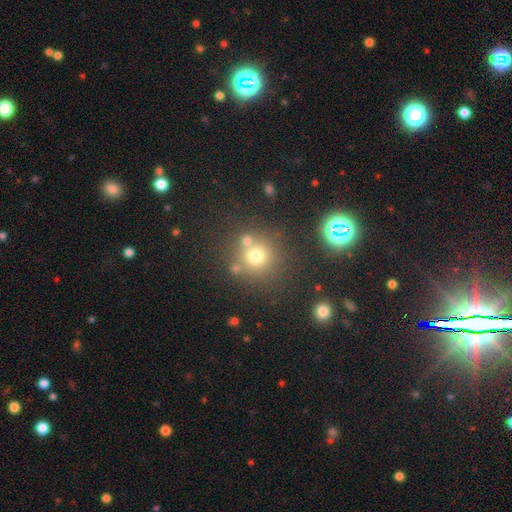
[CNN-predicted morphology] The model was most divided on "merging": none: 69%, merger: 18%, minor disturbance: 9%, major disturbance: 4%. More confident: how rounded — round (91%); smooth or featured — smooth (70%).